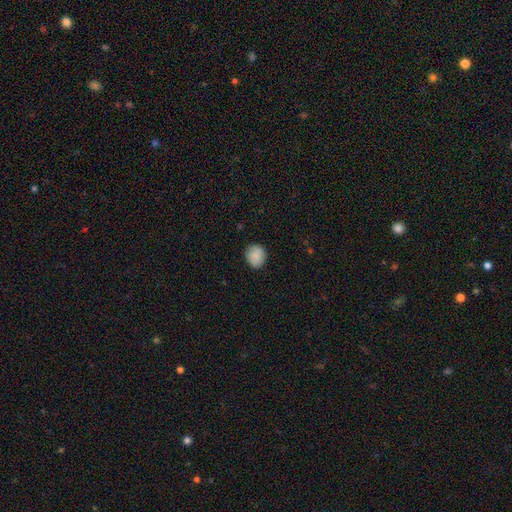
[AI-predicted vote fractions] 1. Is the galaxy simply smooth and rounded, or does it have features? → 87% smooth, 8% star or artifact, 5% featured or disk.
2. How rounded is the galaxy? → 71% round, 28% in between, 1% cigar-shaped.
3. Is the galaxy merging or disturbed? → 85% none, 11% minor disturbance, 2% major disturbance, 1% merger.